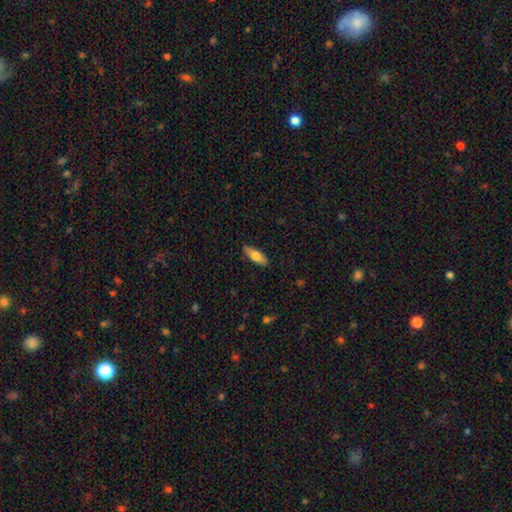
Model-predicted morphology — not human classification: Smooth or featured? Predicted: smooth (p=0.69). How rounded? Predicted: in between (p=0.63). Merging? Predicted: none (p=0.87).